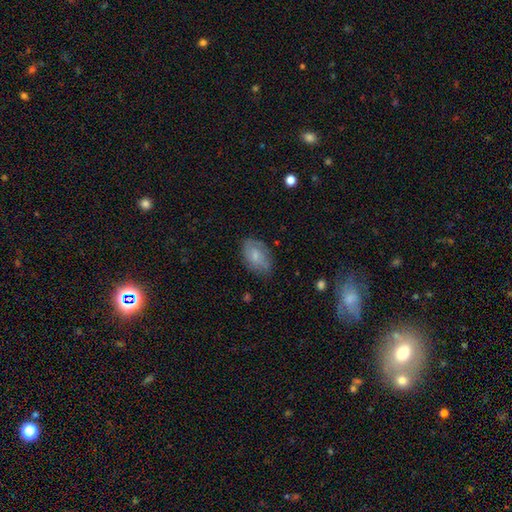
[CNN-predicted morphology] A smooth galaxy with no disk features (56%) that is in between round and cigar-shaped (88%). Merging: none (66%).